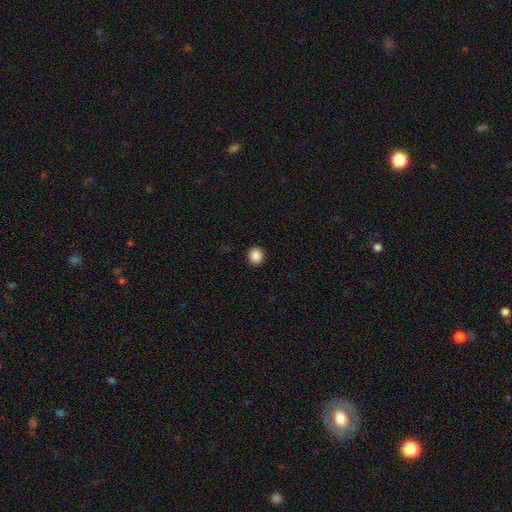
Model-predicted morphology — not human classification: Smooth or featured?
  - smooth: 88% *
  - star or artifact: 9%
  - featured or disk: 2%
How rounded?
  - round: 88% *
  - in between: 11%
  - cigar-shaped: 1%
Merging?
  - none: 93% *
  - minor disturbance: 5%
  - major disturbance: 2%
  - merger: 1%